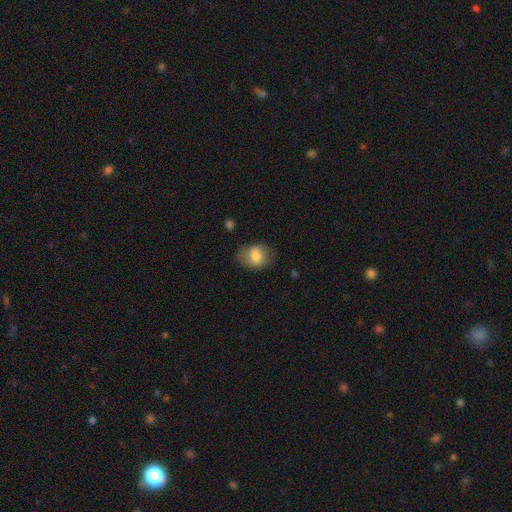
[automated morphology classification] Smooth or featured: smooth — 75% (featured or disk — 17%)
How rounded: in between — 66% (round — 33%)
Merging: none — 71% (minor disturbance — 21%)